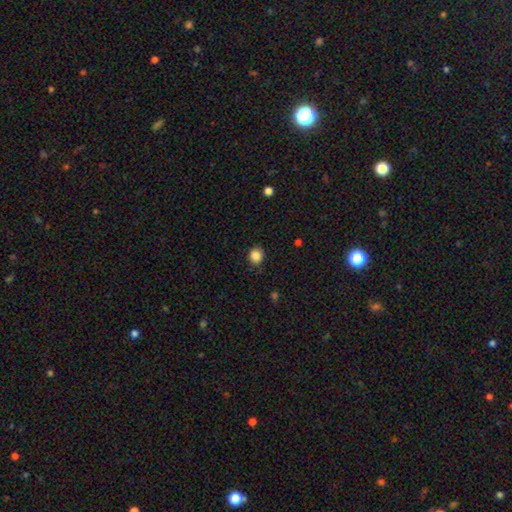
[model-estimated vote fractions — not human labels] Smooth or featured? Predicted: smooth (p=0.86). How rounded? Predicted: round (p=0.80). Merging? Predicted: none (p=0.86).